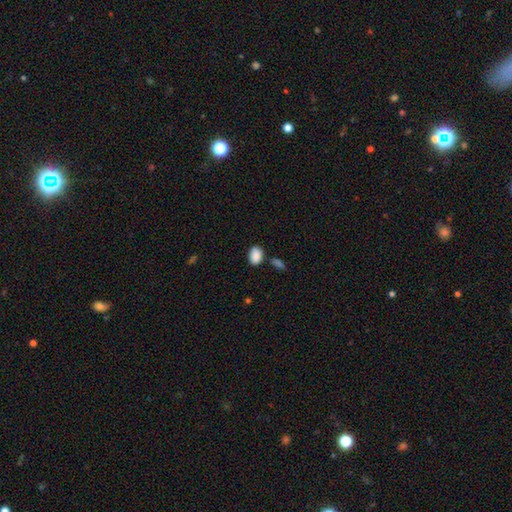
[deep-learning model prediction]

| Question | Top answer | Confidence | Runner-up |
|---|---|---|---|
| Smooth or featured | smooth | 89% | star or artifact (8%) |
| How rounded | in between | 82% | round (17%) |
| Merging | none | 75% | minor disturbance (14%) |